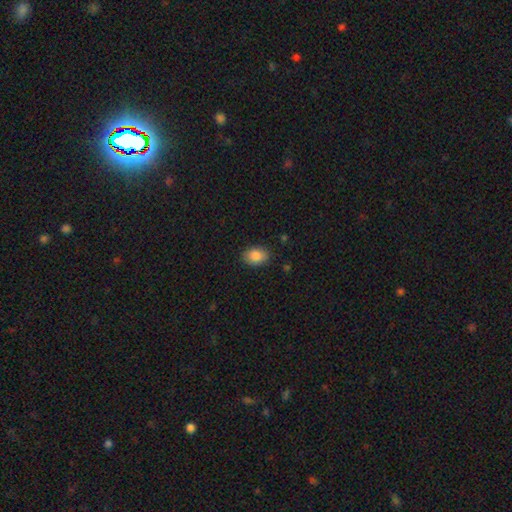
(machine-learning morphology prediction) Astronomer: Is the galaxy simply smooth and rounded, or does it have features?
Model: smooth — 87%.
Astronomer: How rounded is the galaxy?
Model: in between — 77%.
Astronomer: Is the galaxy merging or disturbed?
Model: none — 86%.